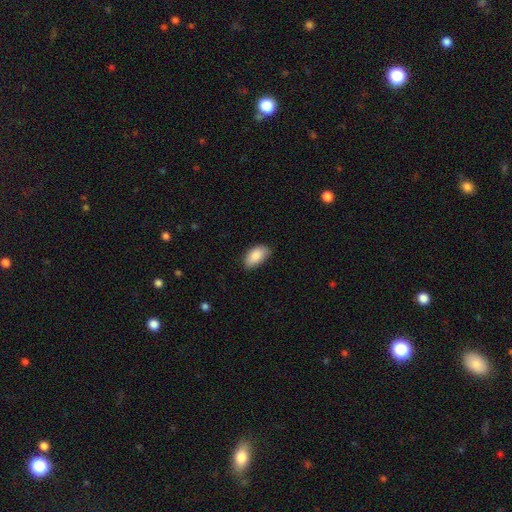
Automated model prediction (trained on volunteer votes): A smooth galaxy with no disk features (88%) that is in between round and cigar-shaped (95%).

Vote fractions:
- Smooth or featured? smooth: 88% / star or artifact: 6% / featured or disk: 6%
- How rounded? in between: 95% / round: 3% / cigar-shaped: 2%
- Merging? none: 77% / minor disturbance: 19% / major disturbance: 3% / merger: 1%